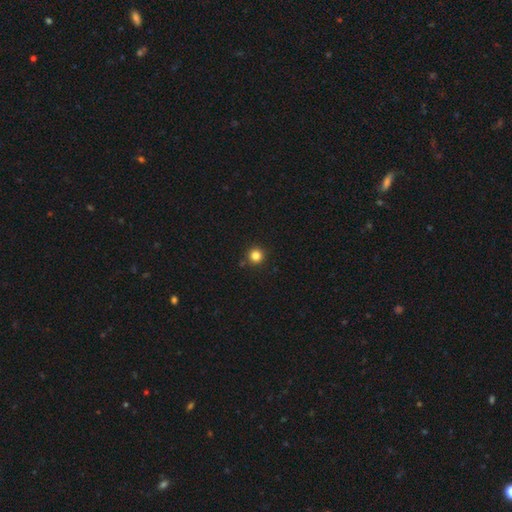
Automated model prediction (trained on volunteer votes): Morphology: type=smooth (83%); roundness=round (95%); merging=none (89%).